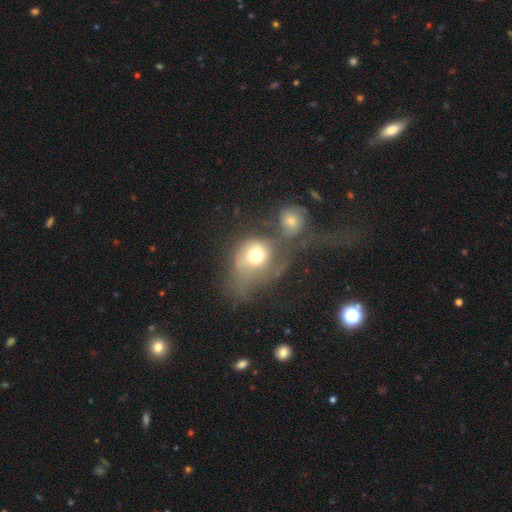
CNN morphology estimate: smooth 58%, featured or disk 31%, star or artifact 11%. Down the decision tree: how rounded — round (63%); merging — merger (43%).